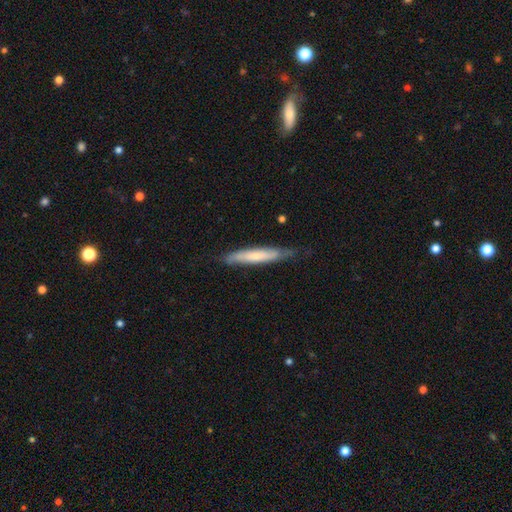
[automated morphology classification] smooth-or-featured: smooth: 52% | featured or disk: 42% | star or artifact: 6%
  how-rounded: cigar-shaped: 91% | in between: 8% | round: 1%
  merging: none: 74% | minor disturbance: 21% | major disturbance: 4% | merger: 1%